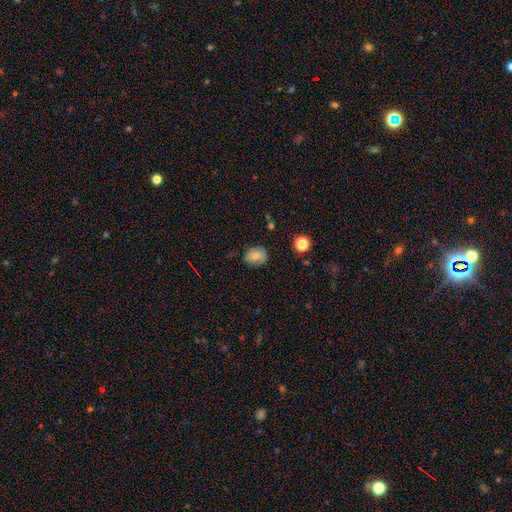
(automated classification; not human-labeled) Smooth or featured? smooth (77%)
How rounded? round (61%)
Merging? none (76%)